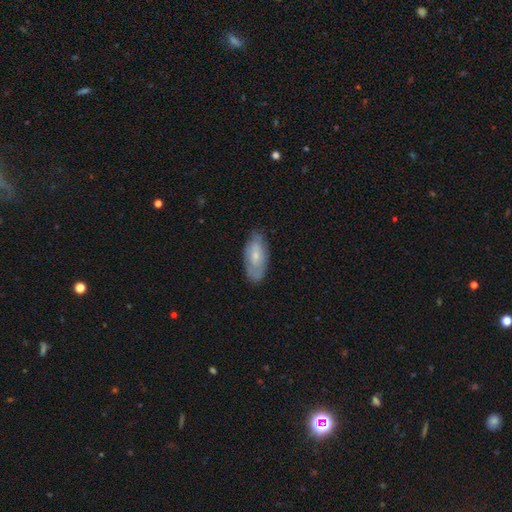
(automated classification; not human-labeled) Overall: smooth (57%; featured or disk 37%). How rounded: in between (87%). Merging: none (76%).